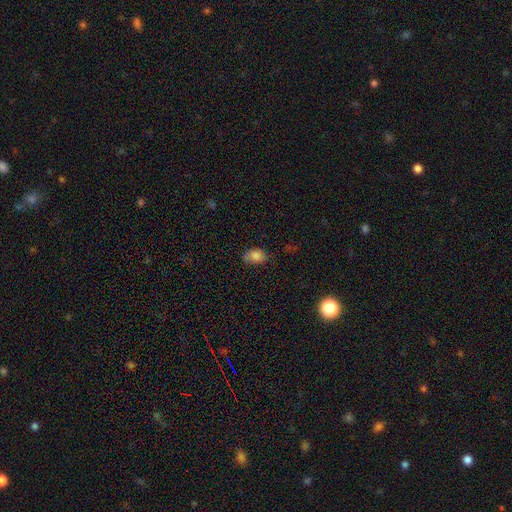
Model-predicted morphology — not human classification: A smooth galaxy with no disk features (82%) that is in between round and cigar-shaped (83%).

Vote fractions:
- Smooth or featured? smooth: 82% / star or artifact: 10% / featured or disk: 8%
- How rounded? in between: 83% / round: 16% / cigar-shaped: 1%
- Merging? none: 62% / minor disturbance: 29% / major disturbance: 7% / merger: 2%